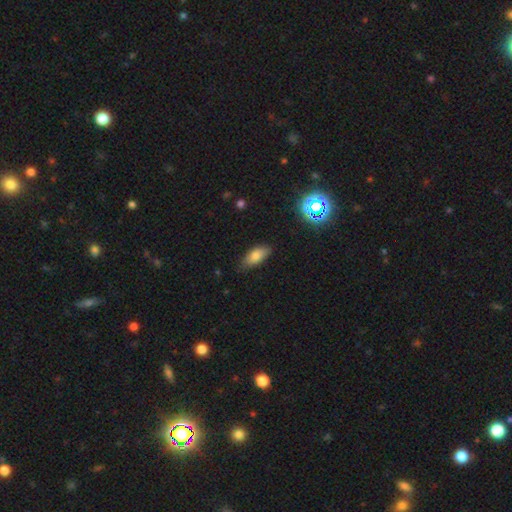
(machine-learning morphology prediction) smooth-or-featured: smooth: 78% | featured or disk: 12% | star or artifact: 10%
  how-rounded: in between: 86% | cigar-shaped: 11% | round: 3%
  merging: none: 78% | minor disturbance: 18% | major disturbance: 3% | merger: 1%